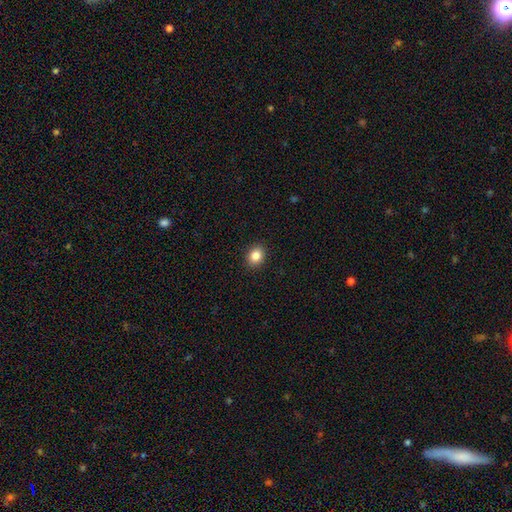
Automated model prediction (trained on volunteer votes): This appears to be a smooth galaxy with no disk features (85%) that is round (53%). Merging: none (91%).